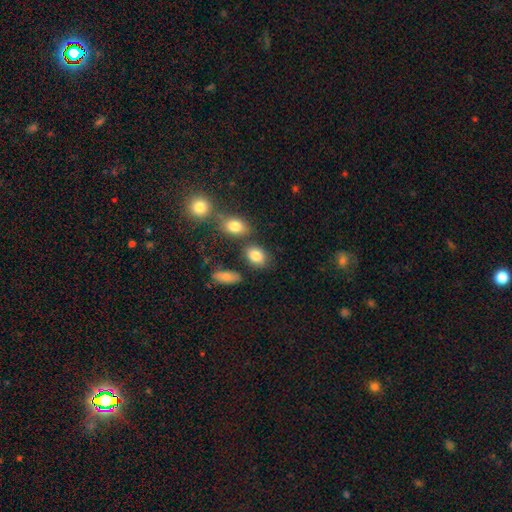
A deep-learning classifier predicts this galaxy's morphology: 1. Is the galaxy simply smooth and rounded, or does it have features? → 84% smooth, 9% star or artifact, 7% featured or disk.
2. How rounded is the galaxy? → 66% in between, 33% round, 2% cigar-shaped.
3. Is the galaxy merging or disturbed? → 72% none, 13% minor disturbance, 11% merger, 4% major disturbance.